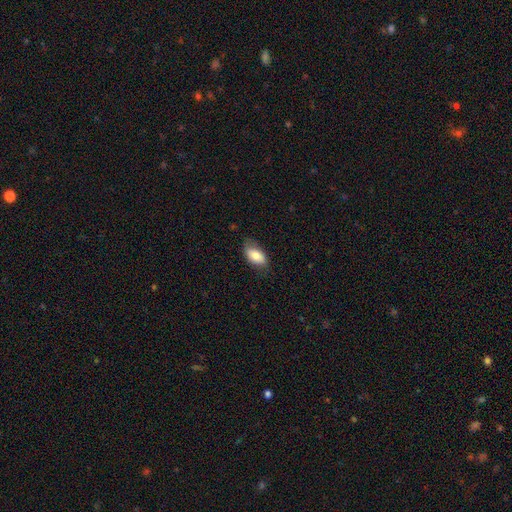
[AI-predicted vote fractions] Smooth or featured? smooth (80%)
How rounded? in between (92%)
Merging? none (68%)